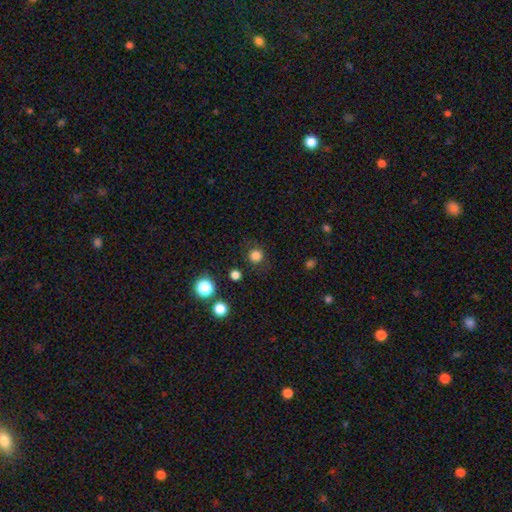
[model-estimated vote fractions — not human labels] Smooth or featured? Predicted: smooth (p=0.81). How rounded? Predicted: round (p=0.93). Merging? Predicted: none (p=0.84).